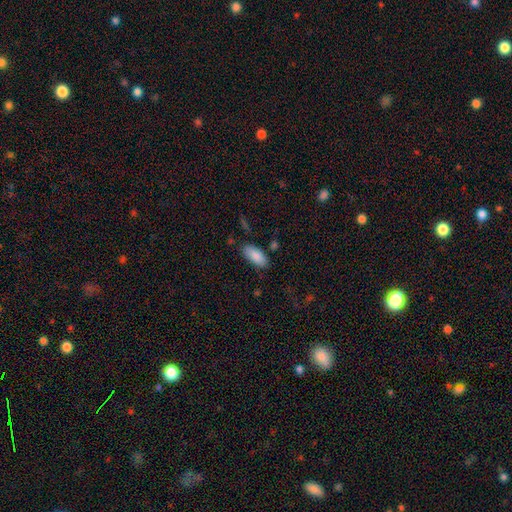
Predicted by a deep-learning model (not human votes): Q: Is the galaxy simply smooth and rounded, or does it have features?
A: smooth — 88%.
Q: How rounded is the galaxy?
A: in between — 88%.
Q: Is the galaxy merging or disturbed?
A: none — 81%.